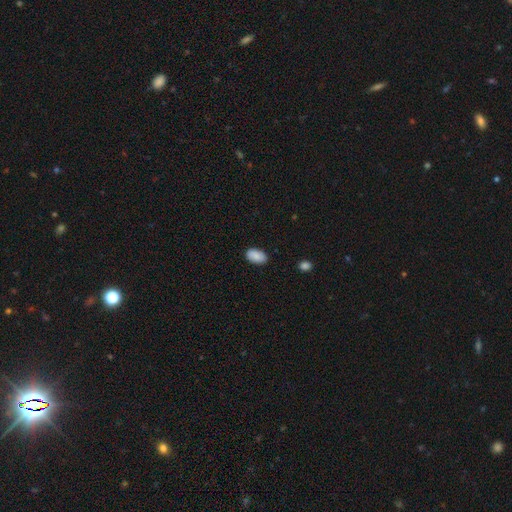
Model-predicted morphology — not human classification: The model was most divided on "merging": none: 85%, minor disturbance: 11%, major disturbance: 2%, merger: 1%. More confident: how rounded — in between (94%); smooth or featured — smooth (87%).